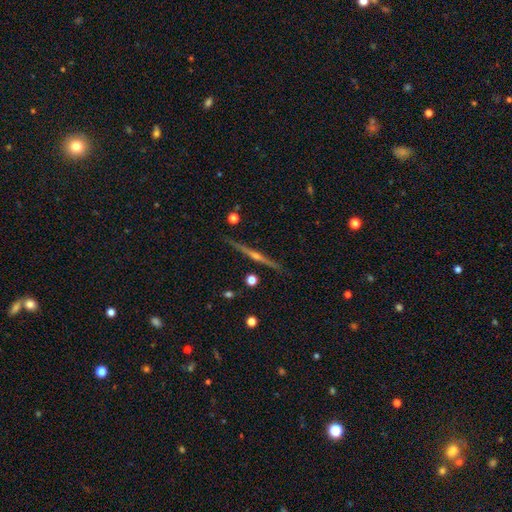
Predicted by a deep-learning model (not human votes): Morphology: type=featured or disk (84%); edge-on=yes (98%); edge-on bulge=rounded (86%); merging=none (91%).